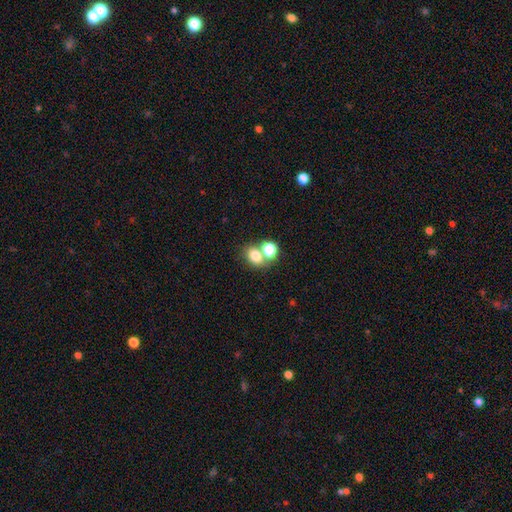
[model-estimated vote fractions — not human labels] Smooth or featured: smooth — 76% (star or artifact — 14%)
How rounded: round — 50% (in between — 49%)
Merging: none — 46% (merger — 42%)